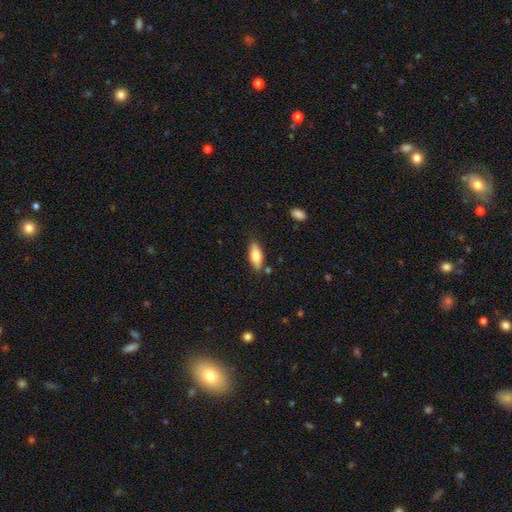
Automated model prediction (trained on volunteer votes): smooth_or_featured: smooth (p=0.73) [alt: featured or disk p=0.20]
how_rounded: in between (p=0.74) [alt: cigar-shaped p=0.24]
merging: none (p=0.79) [alt: minor disturbance p=0.14]